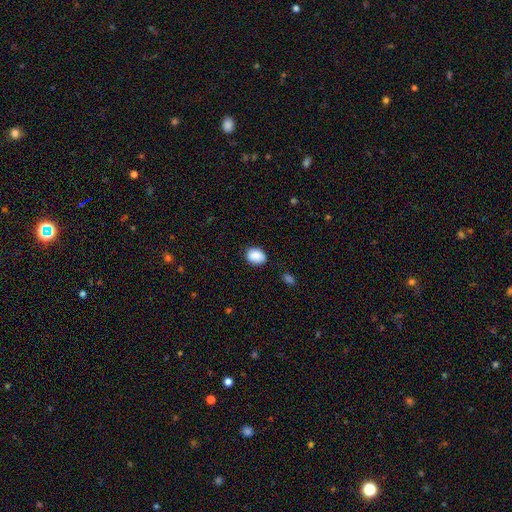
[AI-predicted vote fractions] Smooth or featured?
  - smooth: 87% *
  - star or artifact: 8%
  - featured or disk: 5%
How rounded?
  - in between: 57% *
  - round: 42%
  - cigar-shaped: 1%
Merging?
  - none: 78% *
  - minor disturbance: 16%
  - major disturbance: 3%
  - merger: 2%